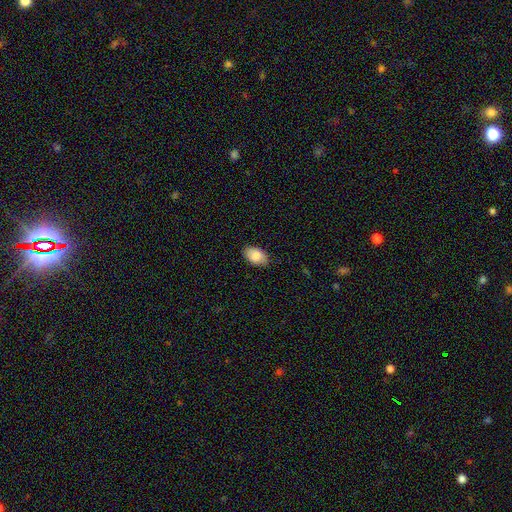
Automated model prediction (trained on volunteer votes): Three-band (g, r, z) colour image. It shows a smooth galaxy with no disk features (87%) that is in between round and cigar-shaped (92%). Merging: none (87%).